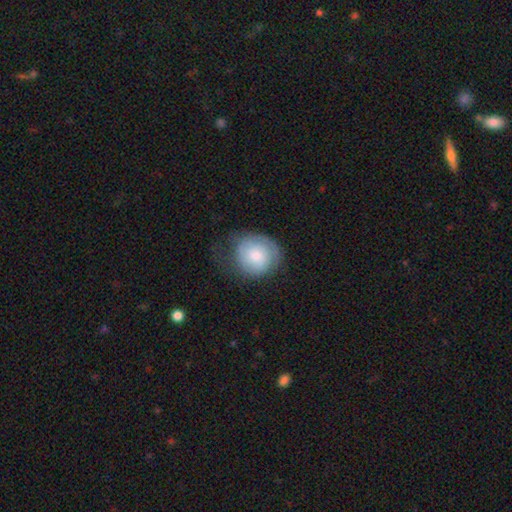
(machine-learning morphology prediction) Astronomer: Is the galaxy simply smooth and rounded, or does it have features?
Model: smooth — 59%.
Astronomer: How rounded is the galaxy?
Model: round — 83%.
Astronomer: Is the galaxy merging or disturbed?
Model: none — 56%.